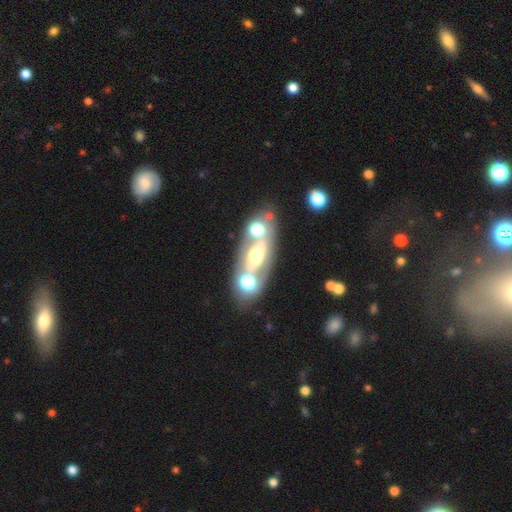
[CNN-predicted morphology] A featured or disk galaxy (64%).

Vote fractions:
- Smooth or featured? featured or disk: 64% / smooth: 24% / star or artifact: 12%
- Edge-on disk? no: 75% / yes: 25%
- Merging? none: 61% / merger: 21% / minor disturbance: 12% / major disturbance: 6%